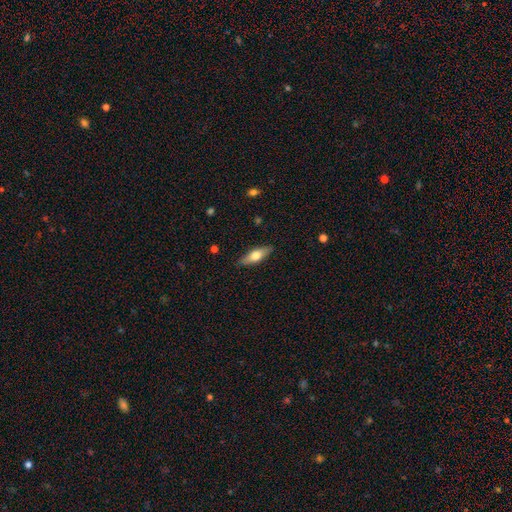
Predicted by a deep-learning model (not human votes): smooth 57%, featured or disk 37%, star or artifact 6%. Down the decision tree: how rounded — in between (53%); merging — none (87%).